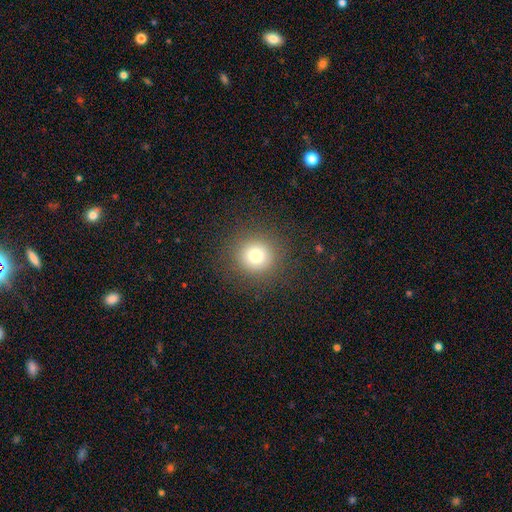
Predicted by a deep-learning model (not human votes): Smooth or featured: smooth — 77% (star or artifact — 14%)
How rounded: round — 93% (in between — 6%)
Merging: none — 89% (minor disturbance — 7%)